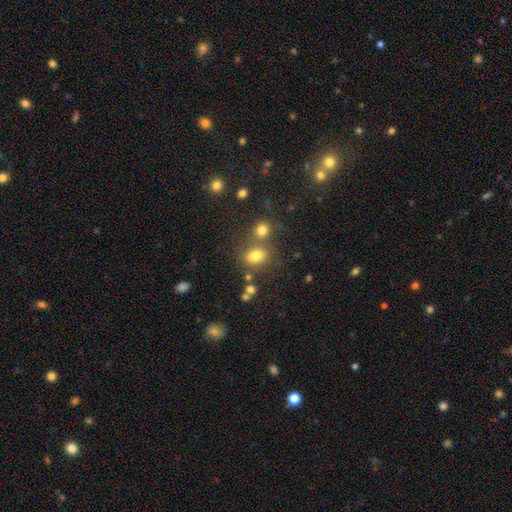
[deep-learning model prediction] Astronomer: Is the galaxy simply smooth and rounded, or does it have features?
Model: smooth — 76%.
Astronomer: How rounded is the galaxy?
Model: in between — 52% (runner-up: round, 47%).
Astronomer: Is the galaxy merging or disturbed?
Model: none — 52% (runner-up: merger, 30%).